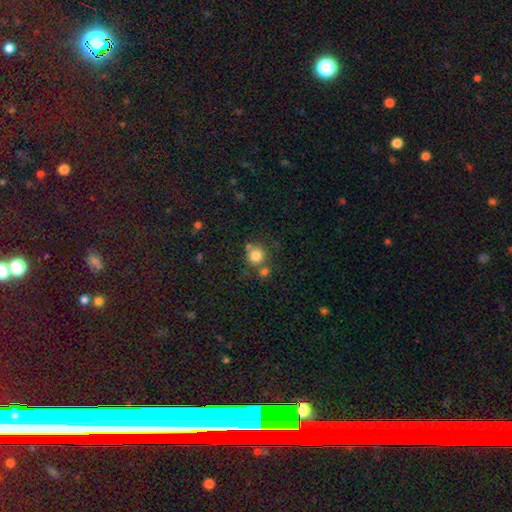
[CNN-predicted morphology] smooth-or-featured: smooth: 81% | star or artifact: 11% | featured or disk: 8%
  how-rounded: round: 90% | in between: 9% | cigar-shaped: 1%
  merging: none: 61% | merger: 22% | minor disturbance: 12% | major disturbance: 5%